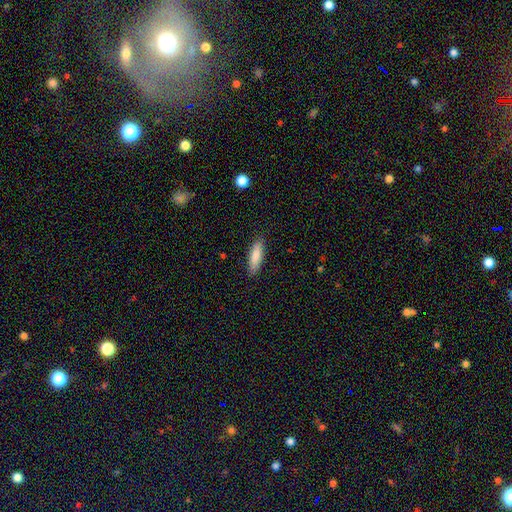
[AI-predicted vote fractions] Smooth or featured? smooth (83%)
How rounded? cigar-shaped (54%)
Merging? none (88%)